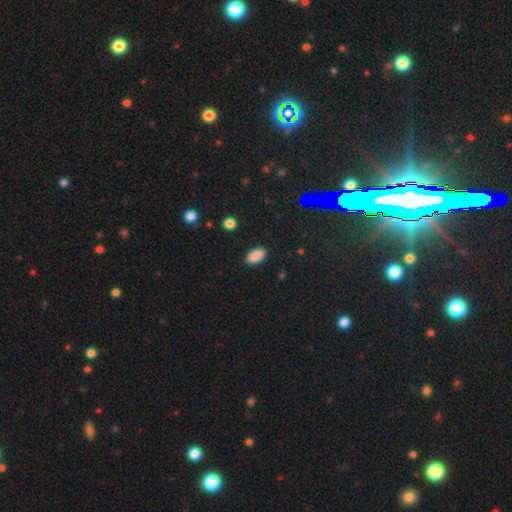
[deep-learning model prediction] smooth-or-featured: smooth: 88% | star or artifact: 9% | featured or disk: 3%
  how-rounded: in between: 93% | round: 3% | cigar-shaped: 3%
  merging: none: 88% | minor disturbance: 8% | major disturbance: 2% | merger: 1%